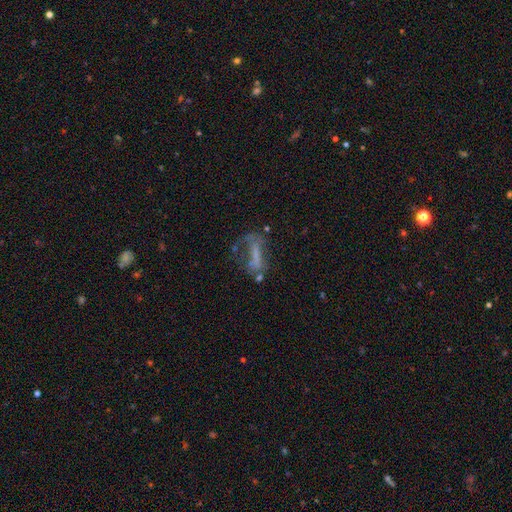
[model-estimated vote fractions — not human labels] Q: Smooth or featured?
A: featured or disk (46%); runner-up: smooth (37%)
Q: Merging?
A: major disturbance (37%); runner-up: none (33%)